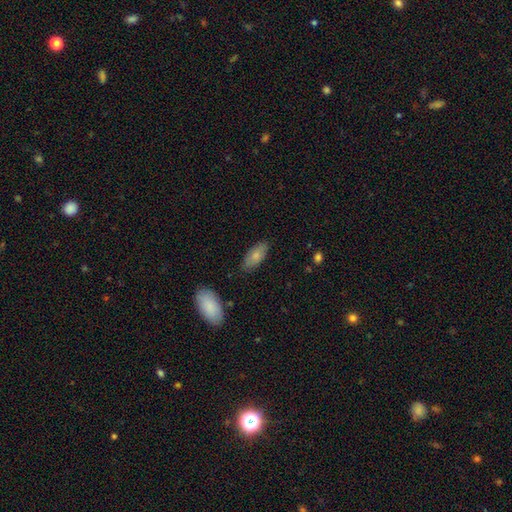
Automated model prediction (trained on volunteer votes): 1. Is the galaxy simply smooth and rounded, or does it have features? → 78% smooth, 16% featured or disk, 6% star or artifact.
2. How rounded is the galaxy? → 86% in between, 12% cigar-shaped, 2% round.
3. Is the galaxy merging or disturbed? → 80% none, 15% minor disturbance, 3% major disturbance, 2% merger.